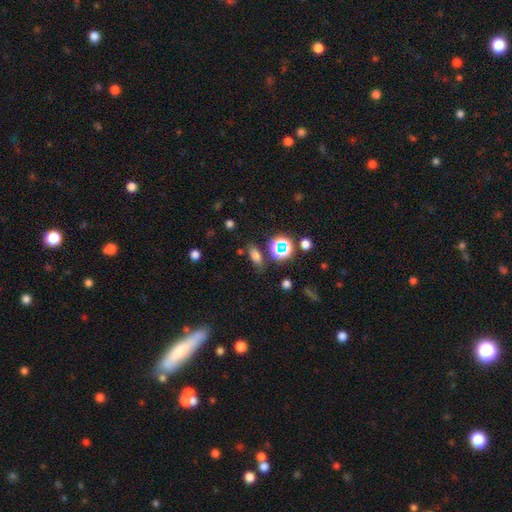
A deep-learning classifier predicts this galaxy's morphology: This is likely a smooth galaxy (69%). How rounded: likely in between (76%). Merging: likely none (76%).